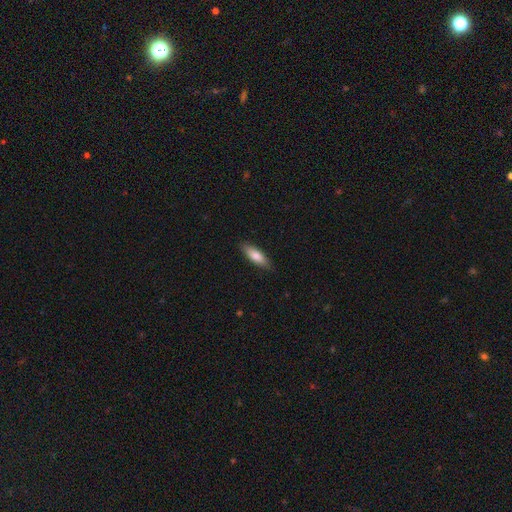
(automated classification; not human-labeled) smooth_or_featured: smooth (p=0.78) [alt: featured or disk p=0.16]
how_rounded: in between (p=0.55) [alt: cigar-shaped p=0.43]
merging: none (p=0.86) [alt: minor disturbance p=0.11]